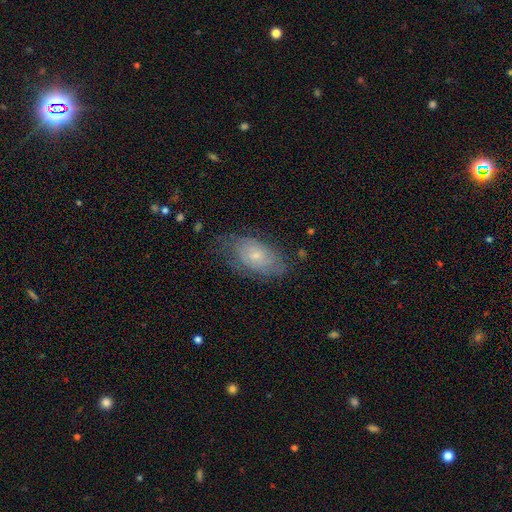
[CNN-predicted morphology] This appears to be a featured or disk galaxy (49%). Merging: none (61%).